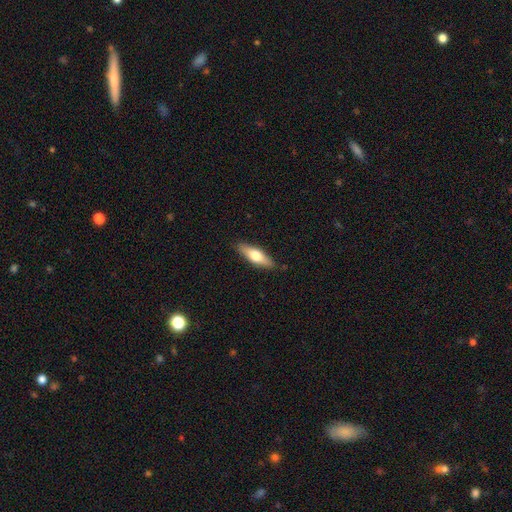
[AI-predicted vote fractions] This appears to be a smooth galaxy with no disk features (59%) that is cigar-shaped (50%). Merging: none (87%).